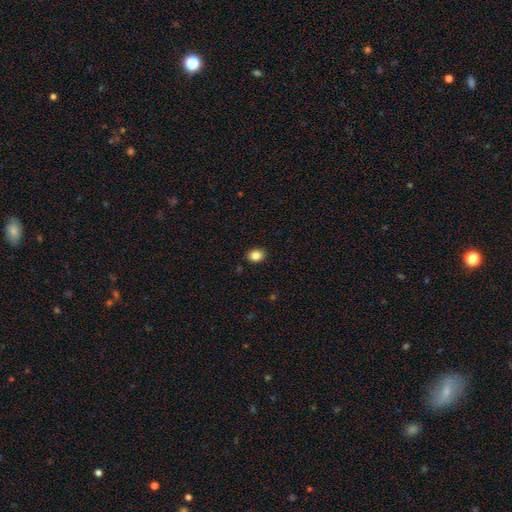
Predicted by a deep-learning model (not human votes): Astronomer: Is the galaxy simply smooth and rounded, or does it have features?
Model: smooth — 85%.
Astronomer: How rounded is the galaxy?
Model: in between — 57% (runner-up: round, 42%).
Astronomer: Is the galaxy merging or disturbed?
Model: none — 90%.